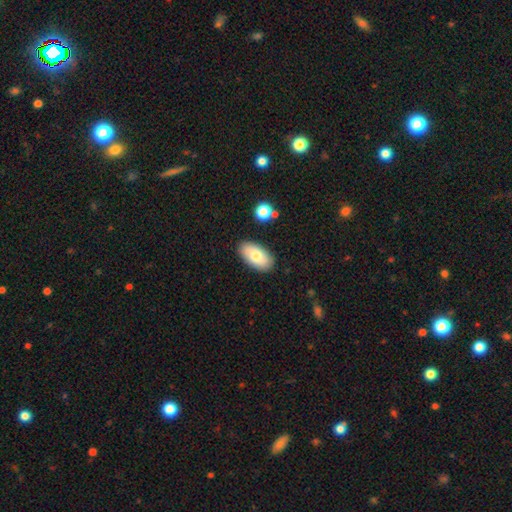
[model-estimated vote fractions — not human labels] smooth 73%, featured or disk 20%, star or artifact 7%. Down the decision tree: how rounded — in between (94%); merging — none (85%).